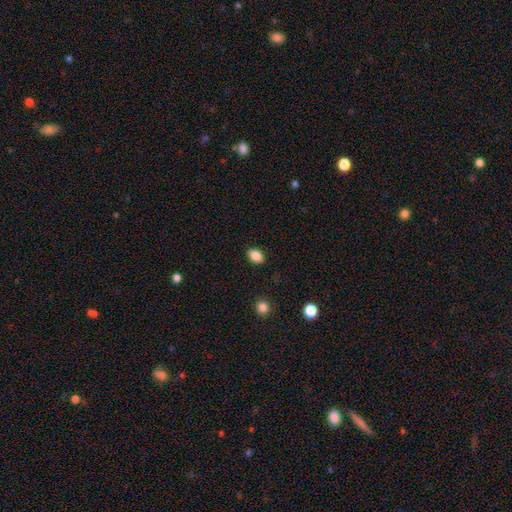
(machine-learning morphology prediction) Smooth or featured?
  - smooth: 86% *
  - star or artifact: 9%
  - featured or disk: 4%
How rounded?
  - in between: 76% *
  - round: 23%
  - cigar-shaped: 1%
Merging?
  - none: 88% *
  - minor disturbance: 8%
  - major disturbance: 2%
  - merger: 1%